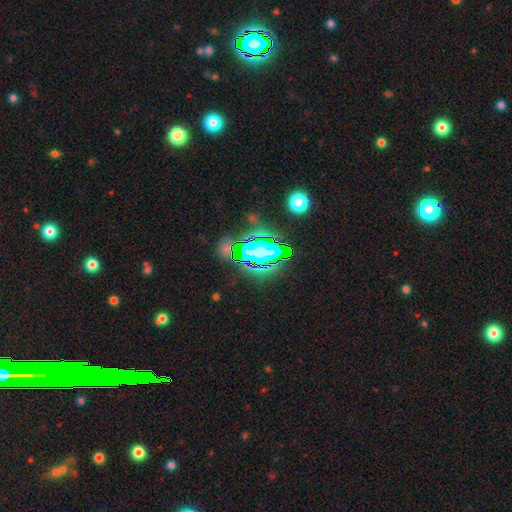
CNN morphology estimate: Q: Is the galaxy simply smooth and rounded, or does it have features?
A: star or artifact — 66%.